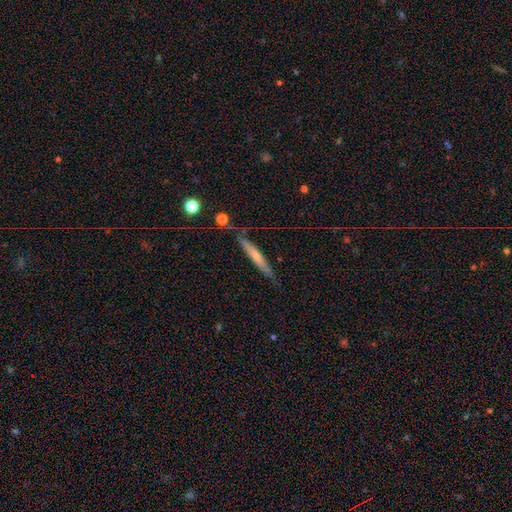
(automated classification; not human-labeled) smooth 50%, featured or disk 44%, star or artifact 6%. Down the decision tree: how rounded — cigar-shaped (94%); merging — none (79%).